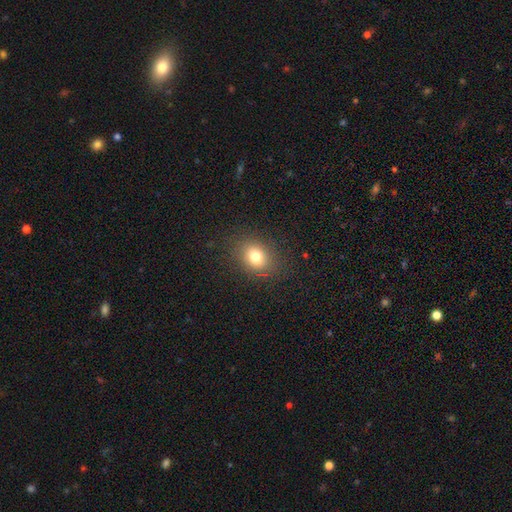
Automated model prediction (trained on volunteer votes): A smooth galaxy with no disk features (80%) that is in between round and cigar-shaped (58%). Merging: none (84%).